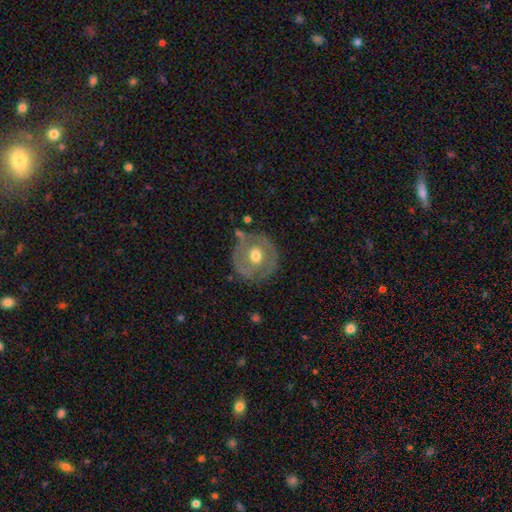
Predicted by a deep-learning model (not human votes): featured or disk 58%, smooth 36%, star or artifact 6%. Down the decision tree: edge-on disk — no (95%); bar — no (72%); spiral arms — no (64%); bulge size — moderate (79%); merging — none (71%).